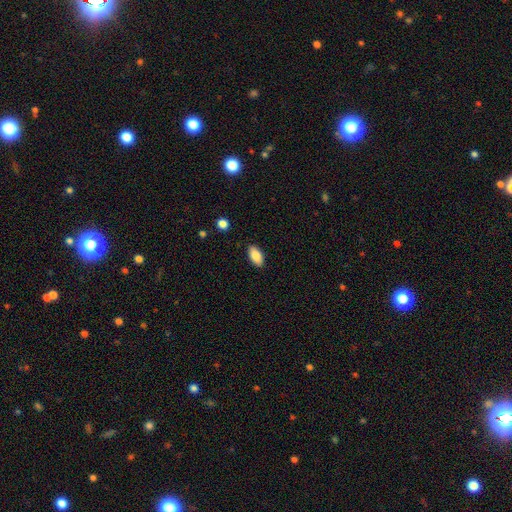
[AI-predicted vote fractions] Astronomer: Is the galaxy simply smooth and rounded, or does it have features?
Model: smooth — 87%.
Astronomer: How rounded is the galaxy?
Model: in between — 93%.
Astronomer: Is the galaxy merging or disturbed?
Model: none — 88%.